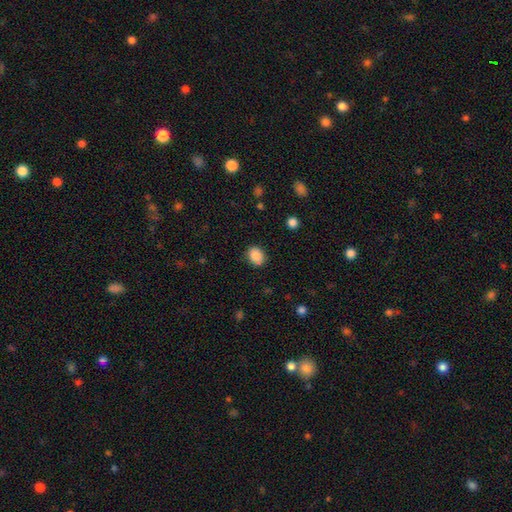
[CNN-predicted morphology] Smooth or featured?
  - smooth: 87% *
  - star or artifact: 9%
  - featured or disk: 4%
How rounded?
  - round: 50% *
  - in between: 49%
  - cigar-shaped: 1%
Merging?
  - none: 84% *
  - minor disturbance: 11%
  - major disturbance: 3%
  - merger: 1%